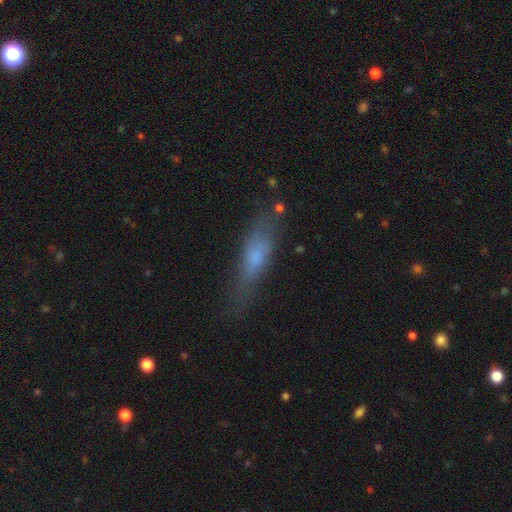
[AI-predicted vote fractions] Morphology: type=smooth (64%); roundness=cigar-shaped (61%); merging=none (68%).